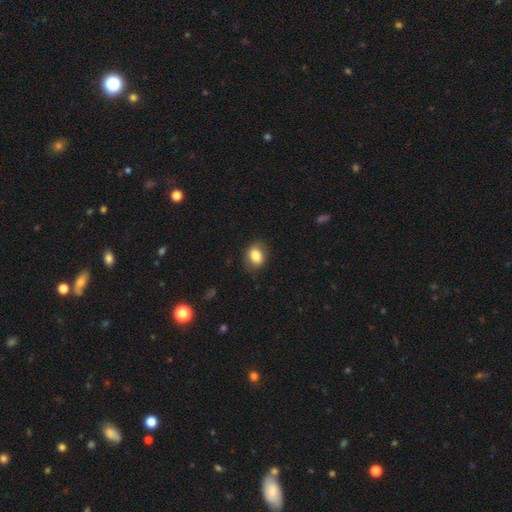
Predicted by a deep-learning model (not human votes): smooth 82%, featured or disk 9%, star or artifact 8%. Down the decision tree: how rounded — in between (64%); merging — none (81%).